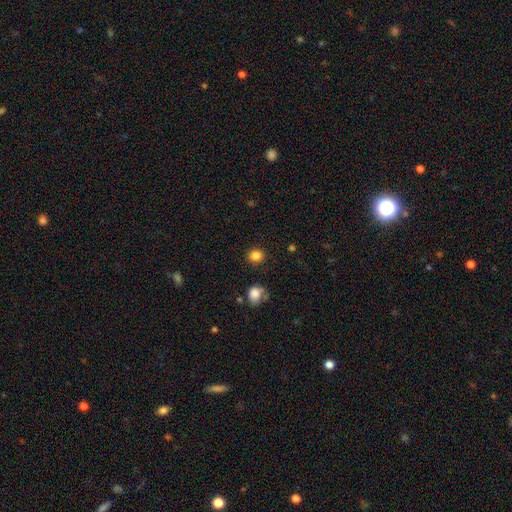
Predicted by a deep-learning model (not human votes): A smooth galaxy with no disk features (85%) that is round (81%).

Vote fractions:
- Smooth or featured? smooth: 85% / star or artifact: 11% / featured or disk: 4%
- How rounded? round: 81% / in between: 18% / cigar-shaped: 1%
- Merging? none: 87% / minor disturbance: 8% / major disturbance: 3% / merger: 2%